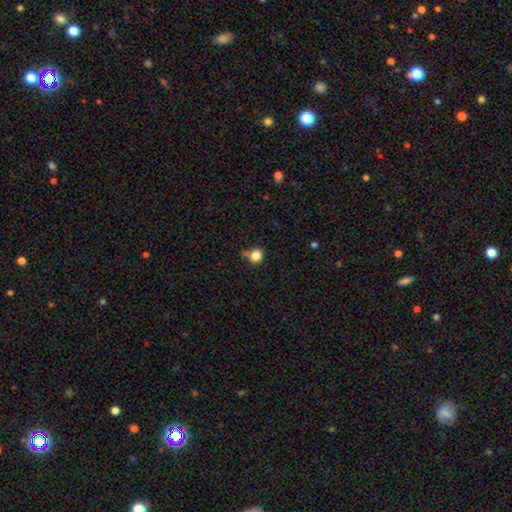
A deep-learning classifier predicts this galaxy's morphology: smooth-or-featured: smooth: 84% | star or artifact: 11% | featured or disk: 6%
  how-rounded: round: 84% | in between: 15% | cigar-shaped: 1%
  merging: none: 62% | minor disturbance: 20% | merger: 12% | major disturbance: 6%